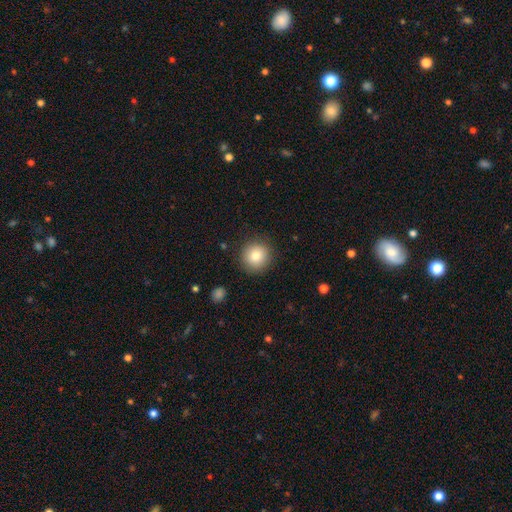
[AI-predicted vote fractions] Smooth or featured?
  - smooth: 82% *
  - star or artifact: 10%
  - featured or disk: 8%
How rounded?
  - round: 93% *
  - in between: 6%
  - cigar-shaped: 1%
Merging?
  - none: 89% *
  - minor disturbance: 7%
  - major disturbance: 2%
  - merger: 1%